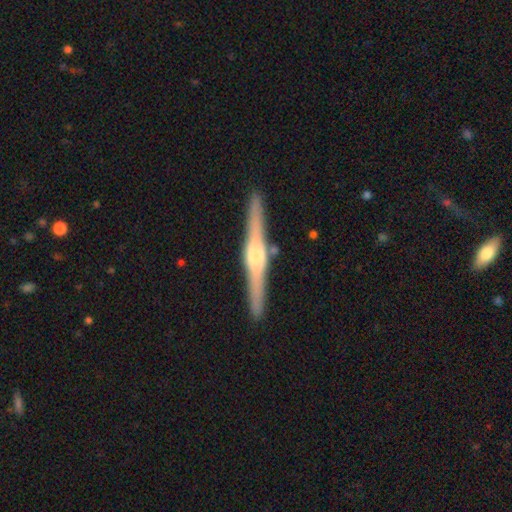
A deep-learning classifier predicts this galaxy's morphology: Smooth or featured?
  - featured or disk: 83% *
  - smooth: 12%
  - star or artifact: 5%
Edge-on disk?
  - yes: 98% *
  - no: 2%
Edge-on bulge?
  - rounded: 80% *
  - boxy: 15%
  - none: 5%
Merging?
  - none: 92% *
  - minor disturbance: 6%
  - merger: 1%
  - major disturbance: 1%